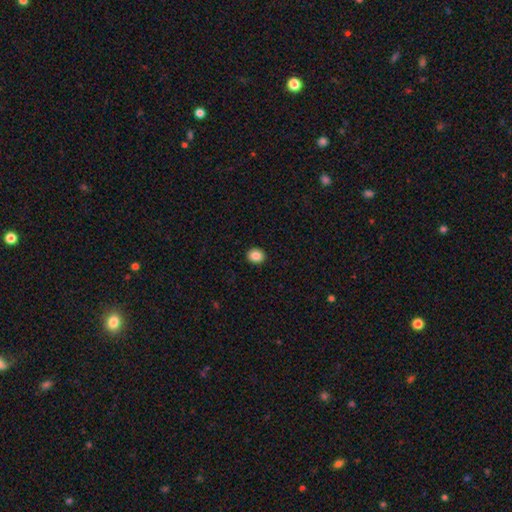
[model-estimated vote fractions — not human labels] This appears to be a smooth galaxy with no disk features (86%) that is round (73%). Merging: none (93%).